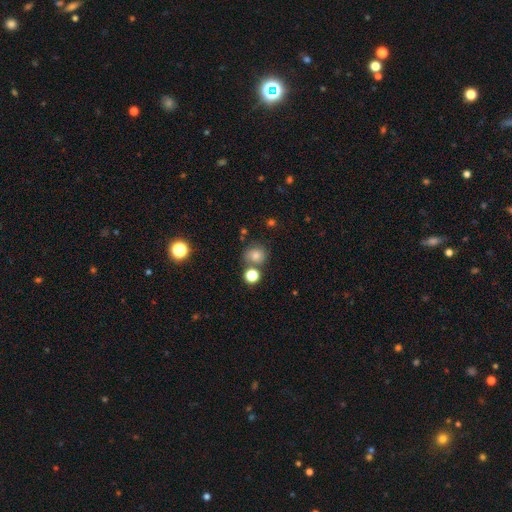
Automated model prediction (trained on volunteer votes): Overall: smooth (75%). How rounded: round (82%). Merging: none (67%).